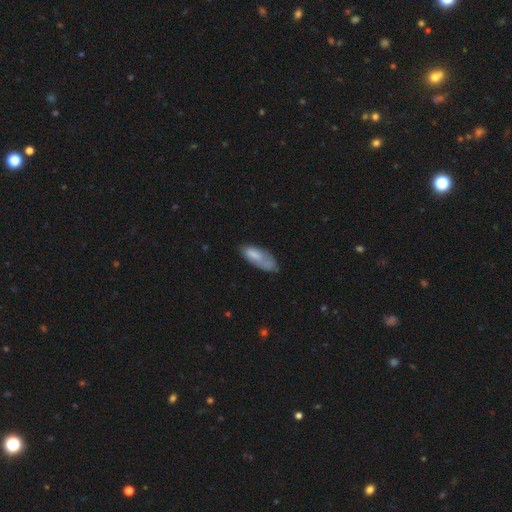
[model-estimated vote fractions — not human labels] smooth_or_featured: smooth (p=0.72) [alt: featured or disk p=0.21]
how_rounded: in between (p=0.73) [alt: cigar-shaped p=0.25]
merging: none (p=0.49) [alt: minor disturbance p=0.32]